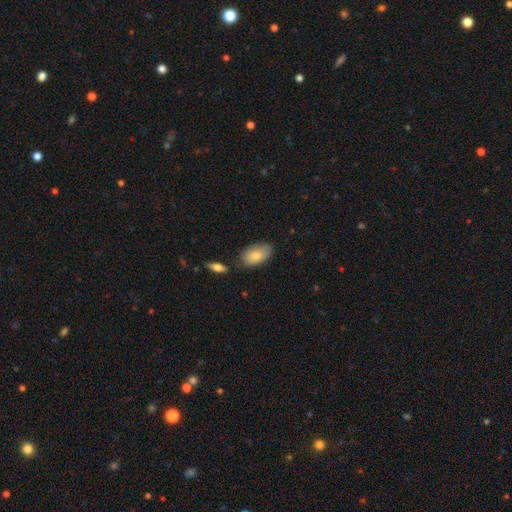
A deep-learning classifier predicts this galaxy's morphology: smooth 79%, featured or disk 15%, star or artifact 6%. Down the decision tree: how rounded — in between (94%); merging — none (72%).